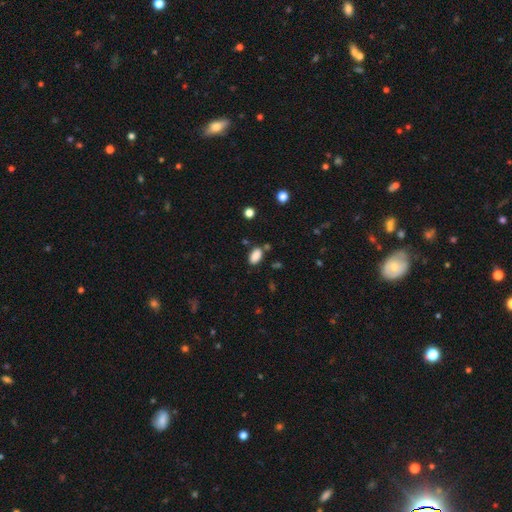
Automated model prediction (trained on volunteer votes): Overall: smooth (87%). How rounded: in between (92%). Merging: none (78%).